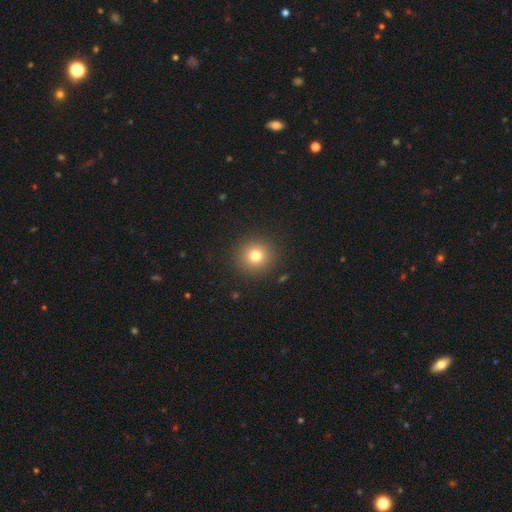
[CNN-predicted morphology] type=smooth (77%); roundness=round (93%); merging=none (91%).